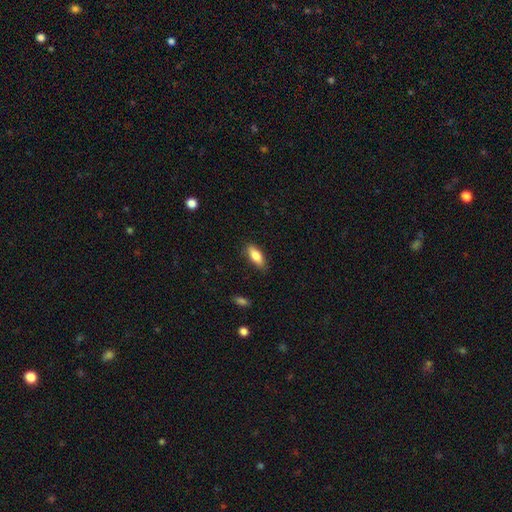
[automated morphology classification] Smooth or featured: smooth — 82% (featured or disk — 11%)
How rounded: in between — 75% (cigar-shaped — 23%)
Merging: none — 83% (minor disturbance — 13%)